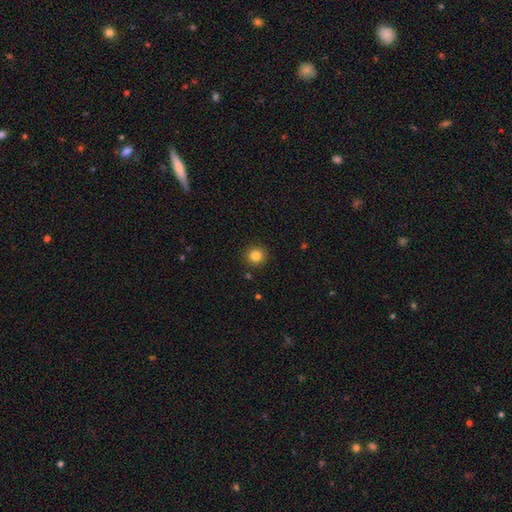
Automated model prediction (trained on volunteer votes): A smooth galaxy with no disk features (84%) that is round (92%).

Vote fractions:
- Smooth or featured? smooth: 84% / star or artifact: 11% / featured or disk: 5%
- How rounded? round: 92% / in between: 7% / cigar-shaped: 1%
- Merging? none: 91% / minor disturbance: 6% / major disturbance: 2% / merger: 1%